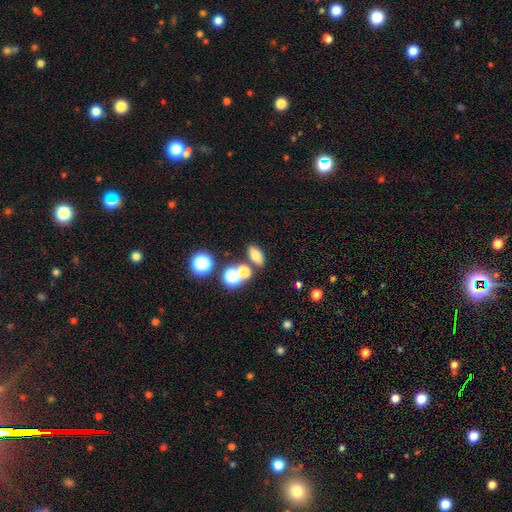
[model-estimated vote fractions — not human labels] Smooth or featured?
  - smooth: 71% *
  - featured or disk: 15%
  - star or artifact: 15%
How rounded?
  - in between: 69% *
  - round: 21%
  - cigar-shaped: 10%
Merging?
  - none: 71% *
  - merger: 17%
  - minor disturbance: 9%
  - major disturbance: 4%